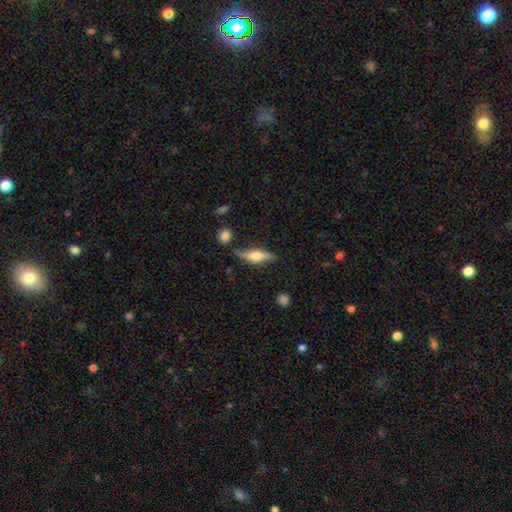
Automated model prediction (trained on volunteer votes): The model was most divided on "smooth or featured": featured or disk: 57%, smooth: 37%, star or artifact: 6%. More confident: edge-on disk — yes (84%); merging — none (73%).